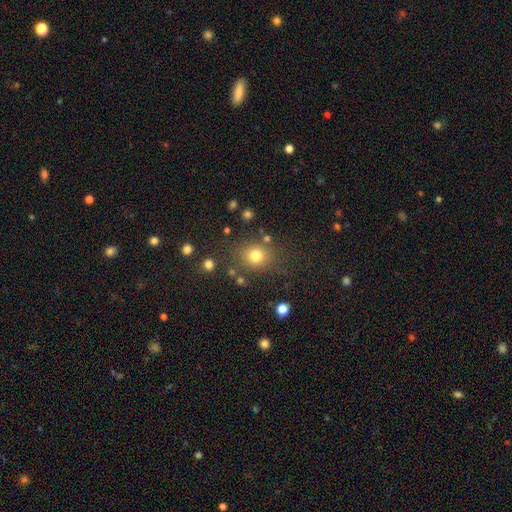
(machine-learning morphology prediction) smooth-or-featured: smooth: 77% | star or artifact: 14% | featured or disk: 8%
  how-rounded: round: 71% | in between: 28% | cigar-shaped: 1%
  merging: none: 77% | minor disturbance: 12% | major disturbance: 5% | merger: 5%